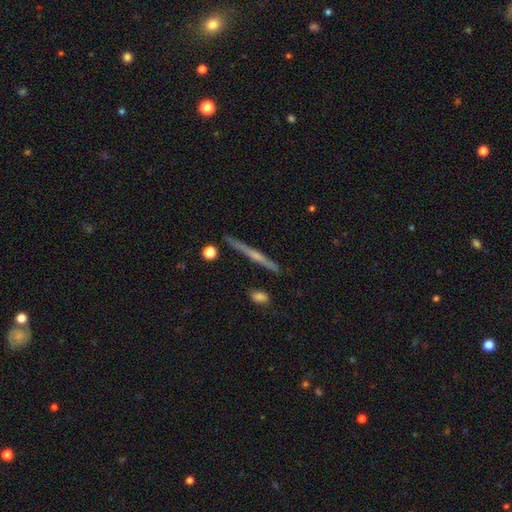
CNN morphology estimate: A featured or disk galaxy (65%) viewed edge-on (97%) with a rounded central bulge (48%).

Vote fractions:
- Smooth or featured? featured or disk: 65% / smooth: 29% / star or artifact: 7%
- Edge-on disk? yes: 97% / no: 3%
- Edge-on bulge? rounded: 48% / none: 45% / boxy: 7%
- Merging? none: 87% / minor disturbance: 9% / merger: 2% / major disturbance: 2%